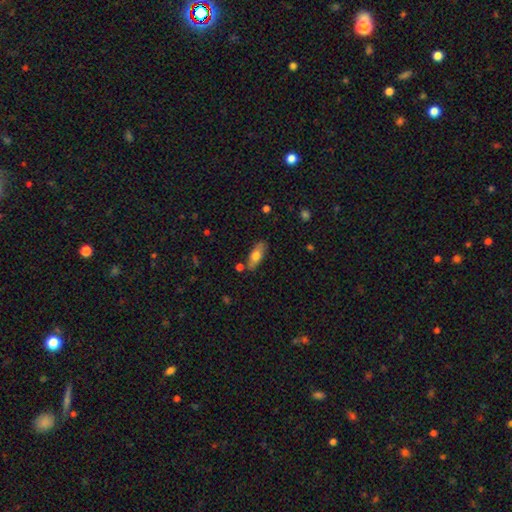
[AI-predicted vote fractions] Q: Smooth or featured?
A: smooth (68%); runner-up: featured or disk (26%)
Q: How rounded?
A: in between (76%); runner-up: cigar-shaped (21%)
Q: Merging?
A: none (78%); runner-up: minor disturbance (14%)